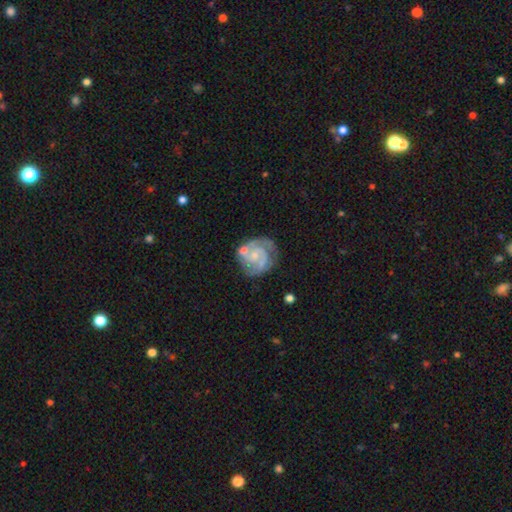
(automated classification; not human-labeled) Morphology: type=featured or disk (86%); edge-on=no (98%); bar=no (60%); spiral arms=yes (96%); winding=tight (55%); arm count=2 (66%); bulge=small (58%); merging=none (59%).